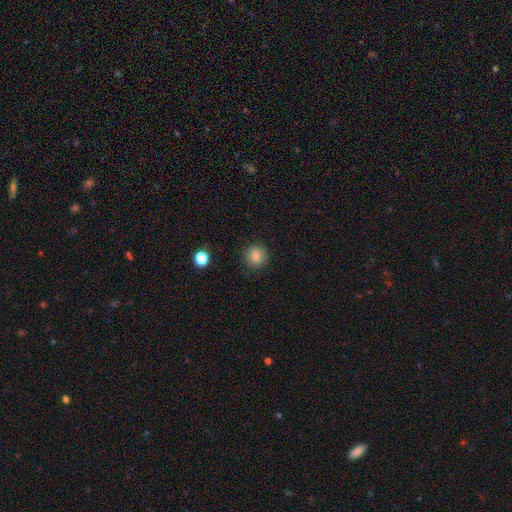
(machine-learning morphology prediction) Smooth or featured? smooth (85%)
How rounded? round (90%)
Merging? none (89%)